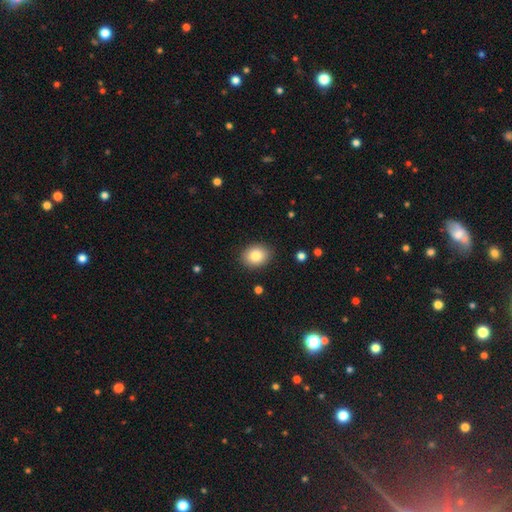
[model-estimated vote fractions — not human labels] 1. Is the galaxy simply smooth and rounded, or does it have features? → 84% smooth, 8% star or artifact, 8% featured or disk.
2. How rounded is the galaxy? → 54% in between, 45% round, 1% cigar-shaped.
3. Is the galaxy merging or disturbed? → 88% none, 8% minor disturbance, 2% major disturbance, 1% merger.